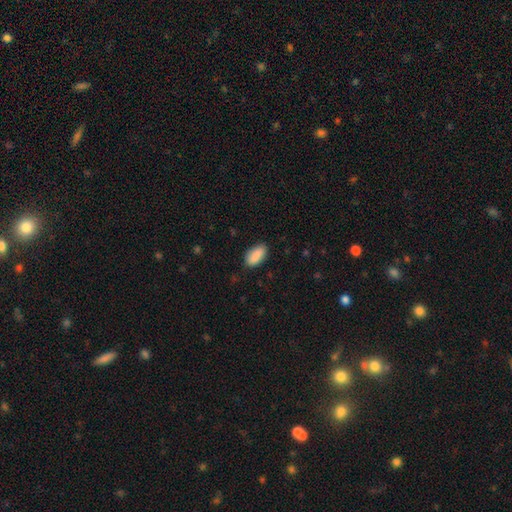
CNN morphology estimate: smooth 88%, star or artifact 6%, featured or disk 5%. Down the decision tree: how rounded — in between (91%); merging — none (85%).